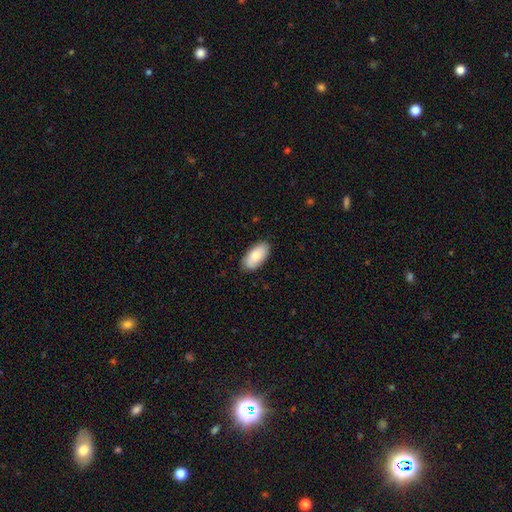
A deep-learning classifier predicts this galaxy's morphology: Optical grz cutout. It shows a smooth galaxy with no disk features (81%) that is in between round and cigar-shaped (94%). Merging: none (86%).